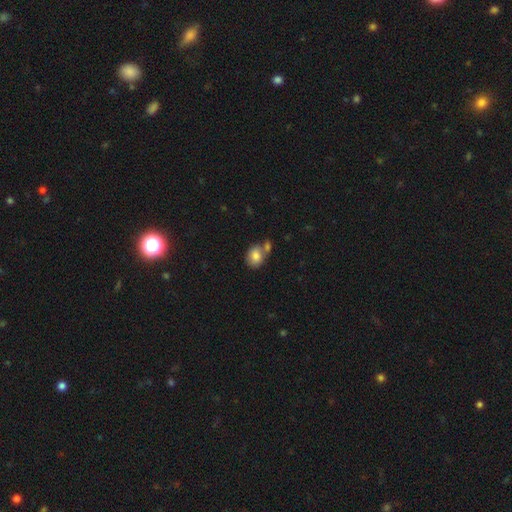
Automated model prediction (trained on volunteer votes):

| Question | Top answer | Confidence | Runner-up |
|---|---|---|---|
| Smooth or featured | smooth | 82% | featured or disk (10%) |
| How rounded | round | 52% | in between (47%) |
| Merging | none | 49% | merger (33%) |